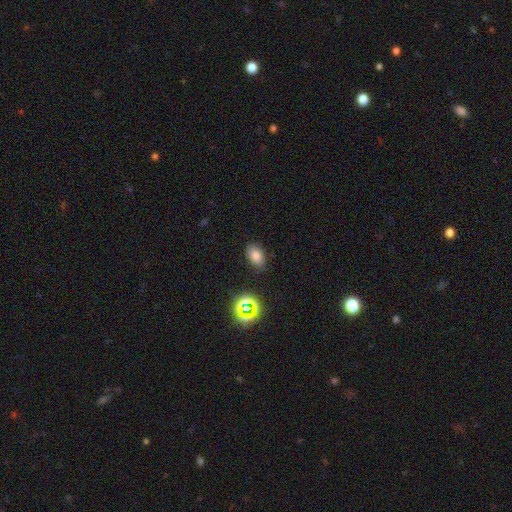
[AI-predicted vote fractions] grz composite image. It shows a smooth galaxy with no disk features (74%) that is in between round and cigar-shaped (88%). Merging: none (83%).